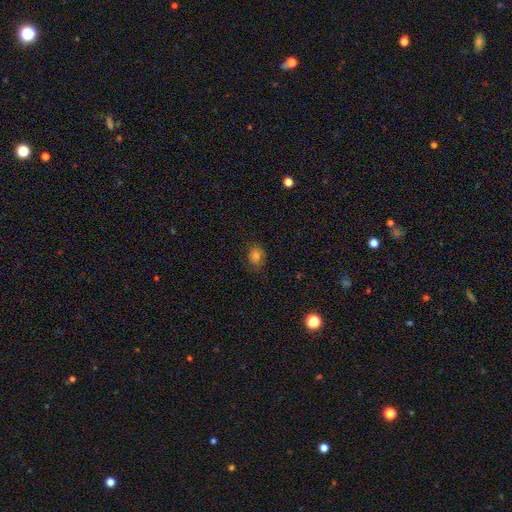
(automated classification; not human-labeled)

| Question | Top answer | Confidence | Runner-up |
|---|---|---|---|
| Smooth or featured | smooth | 78% | star or artifact (15%) |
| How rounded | round | 53% | in between (46%) |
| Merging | none | 78% | minor disturbance (17%) |